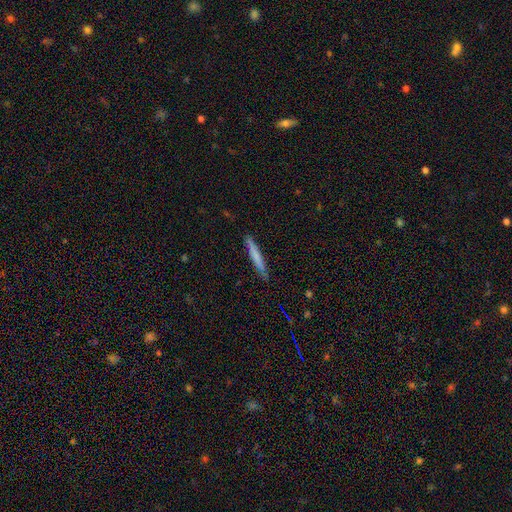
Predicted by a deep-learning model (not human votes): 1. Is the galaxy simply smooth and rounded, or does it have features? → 67% smooth, 27% featured or disk, 6% star or artifact.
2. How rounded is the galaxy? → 96% cigar-shaped, 3% in between, 1% round.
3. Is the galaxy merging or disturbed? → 88% none, 9% minor disturbance, 2% major disturbance, 1% merger.